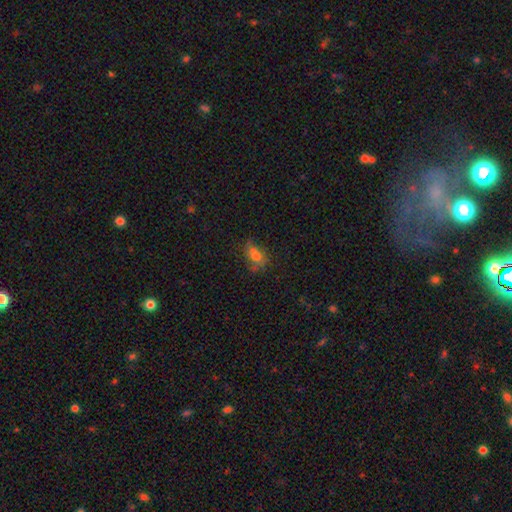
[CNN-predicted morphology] The model was most divided on "merging": none: 41%, minor disturbance: 27%, major disturbance: 25%, merger: 7%. More confident: how rounded — in between (81%); smooth or featured — smooth (57%).